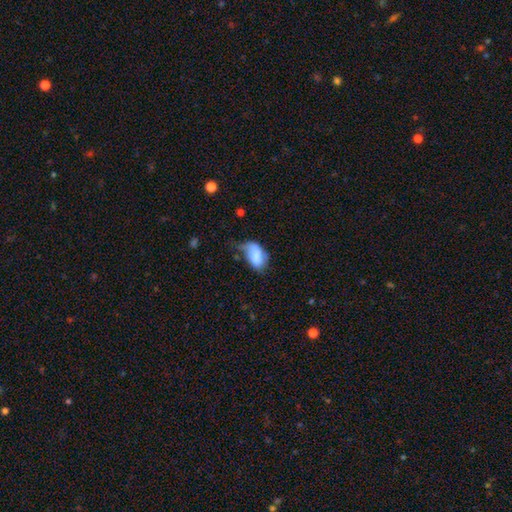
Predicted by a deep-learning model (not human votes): Morphology: type=smooth (73%); roundness=in between (90%); merging=minor disturbance (38%).